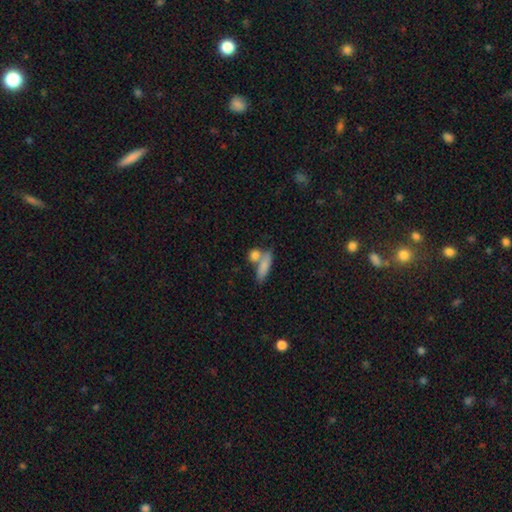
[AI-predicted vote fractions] smooth-or-featured: smooth: 53% | featured or disk: 24% | star or artifact: 23%
  how-rounded: in between: 45% | cigar-shaped: 39% | round: 16%
  merging: none: 48% | merger: 33% | minor disturbance: 11% | major disturbance: 7%